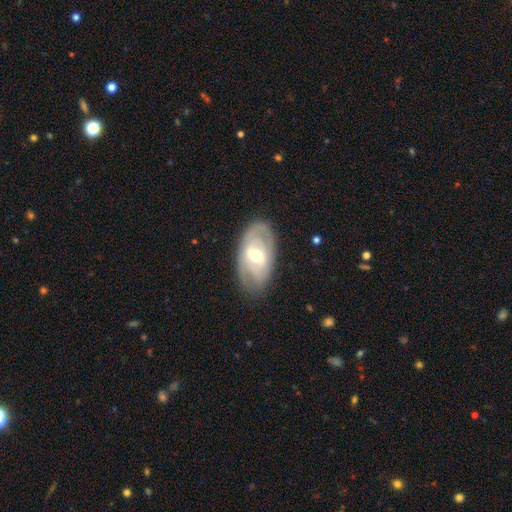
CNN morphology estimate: Overall: featured or disk (68%). Edge-on disk: no (91%). Bar: weak (46%; no 28%). Spiral arms: yes (63%; no 37%). Bulge size: moderate (69%). Merging: none (79%).